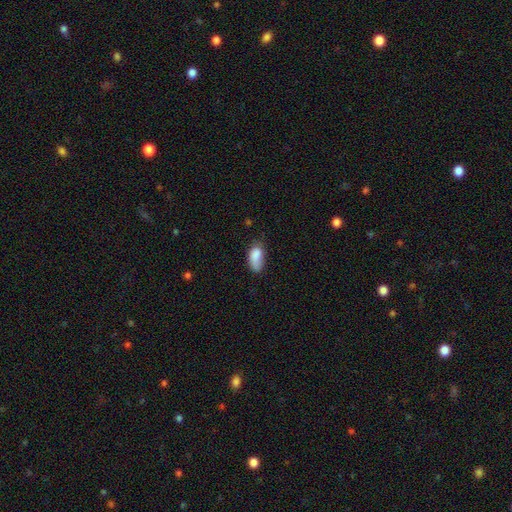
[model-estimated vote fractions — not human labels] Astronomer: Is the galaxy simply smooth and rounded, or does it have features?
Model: smooth — 82%.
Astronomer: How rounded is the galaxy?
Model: in between — 91%.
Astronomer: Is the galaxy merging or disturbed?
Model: none — 45% (runner-up: minor disturbance, 35%).